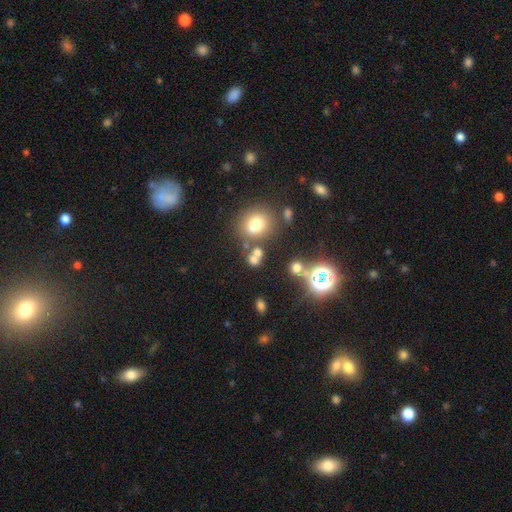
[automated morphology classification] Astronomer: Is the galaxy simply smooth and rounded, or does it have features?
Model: smooth — 62%.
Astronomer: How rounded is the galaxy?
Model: round — 72%.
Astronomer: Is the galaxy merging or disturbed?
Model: none — 54%.